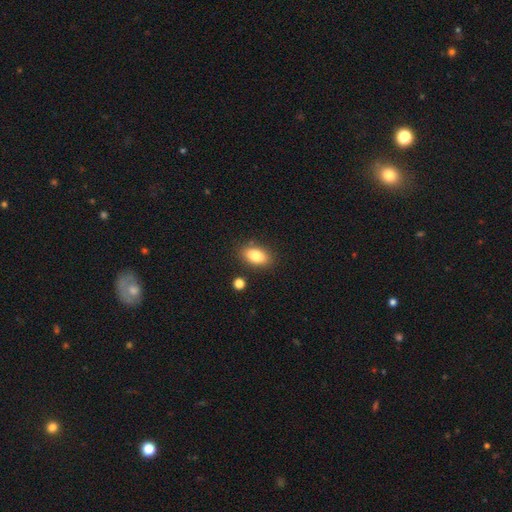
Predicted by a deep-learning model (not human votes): A smooth galaxy with no disk features (84%) that is in between round and cigar-shaped (89%).

Vote fractions:
- Smooth or featured? smooth: 84% / star or artifact: 8% / featured or disk: 8%
- How rounded? in between: 89% / round: 7% / cigar-shaped: 4%
- Merging? none: 84% / minor disturbance: 10% / merger: 3% / major disturbance: 3%